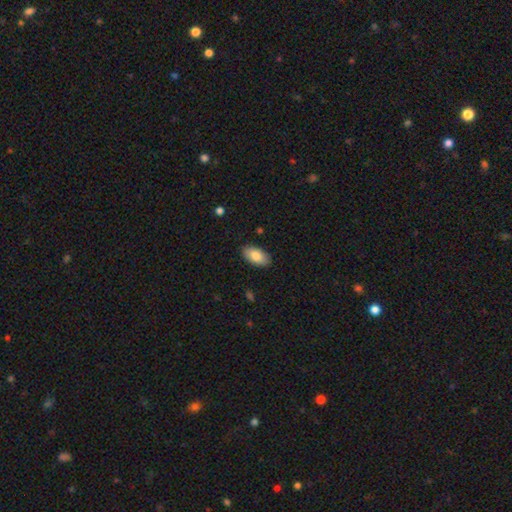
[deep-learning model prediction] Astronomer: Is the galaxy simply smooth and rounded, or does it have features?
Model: smooth — 84%.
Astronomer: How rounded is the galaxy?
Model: in between — 94%.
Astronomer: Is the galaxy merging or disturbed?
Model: none — 88%.